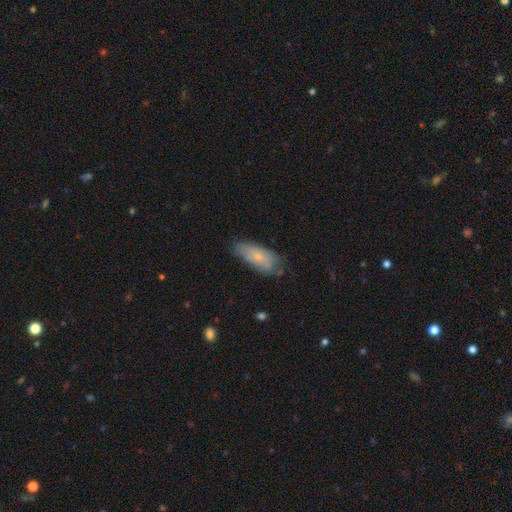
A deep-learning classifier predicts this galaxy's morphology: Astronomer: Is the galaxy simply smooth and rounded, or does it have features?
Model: smooth — 68%.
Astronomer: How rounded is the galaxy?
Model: in between — 78%.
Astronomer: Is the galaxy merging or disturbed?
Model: none — 63%.